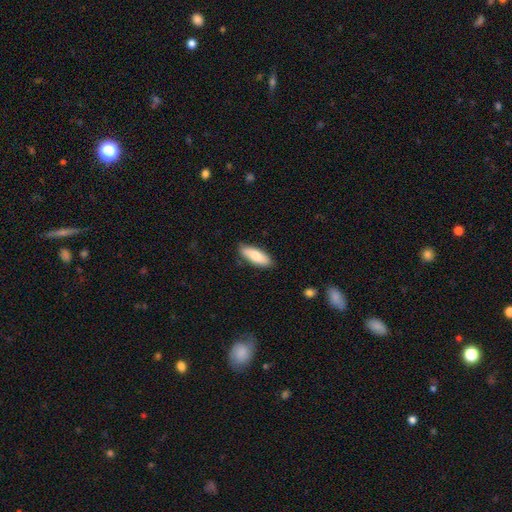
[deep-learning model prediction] smooth 80%, featured or disk 15%, star or artifact 6%. Down the decision tree: how rounded — in between (67%); merging — none (85%).